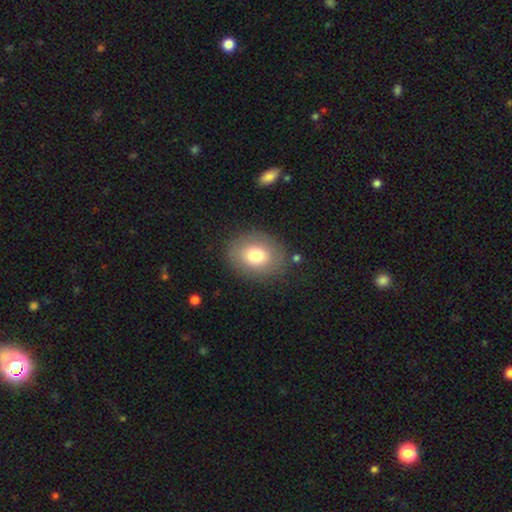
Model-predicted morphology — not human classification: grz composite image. It shows a smooth galaxy with no disk features (76%) that is in between round and cigar-shaped (54%). Merging: none (83%).